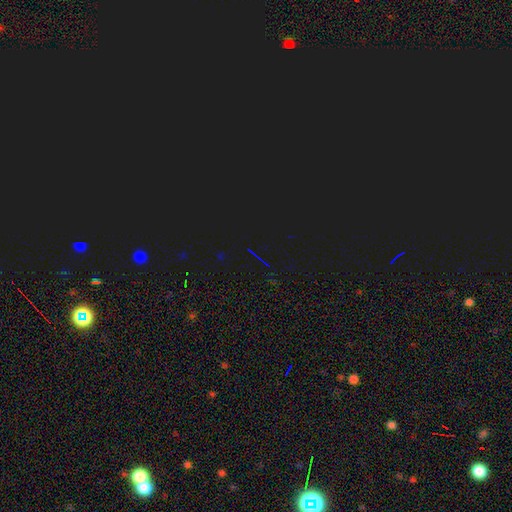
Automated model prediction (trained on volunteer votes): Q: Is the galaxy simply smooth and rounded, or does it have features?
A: star or artifact — 81%.